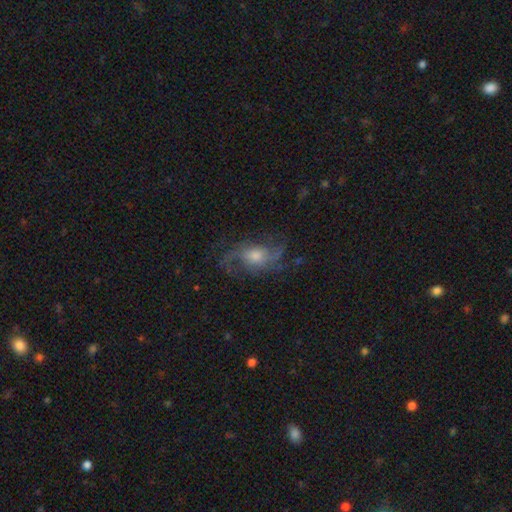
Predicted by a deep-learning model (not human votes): A featured or disk galaxy (79%) with no bar (67%), 2 (38%) loose (50%) spiral arms (93%) and a moderate central bulge (56%). Merging: none (66%).